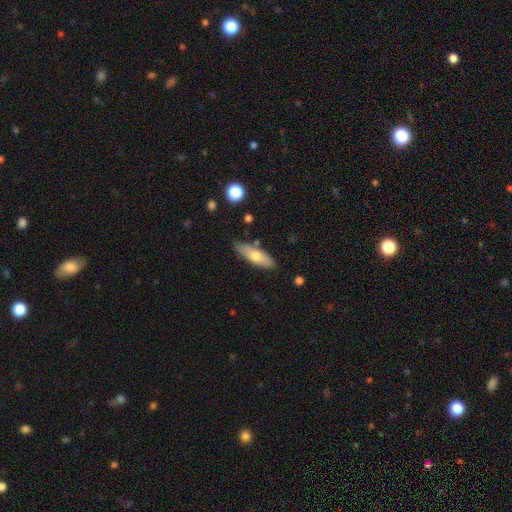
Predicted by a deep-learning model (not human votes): Morphology: type=smooth (66%); roundness=in between (54%); merging=none (81%).